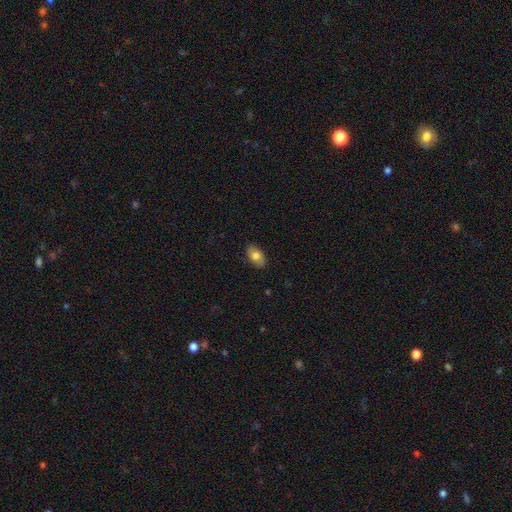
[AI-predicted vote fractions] smooth_or_featured: smooth (p=0.79) [alt: featured or disk p=0.14]
how_rounded: in between (p=0.92) [alt: round p=0.05]
merging: none (p=0.87) [alt: minor disturbance p=0.10]